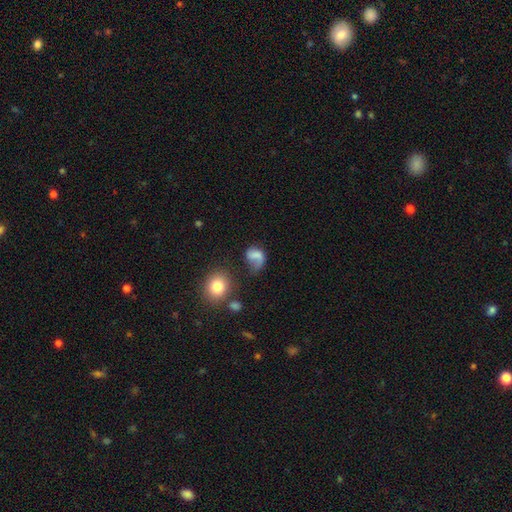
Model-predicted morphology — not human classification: The model was most divided on "merging": major disturbance: 43%, none: 29%, minor disturbance: 21%, merger: 7%. More confident: how rounded — in between (58%); smooth or featured — smooth (56%).